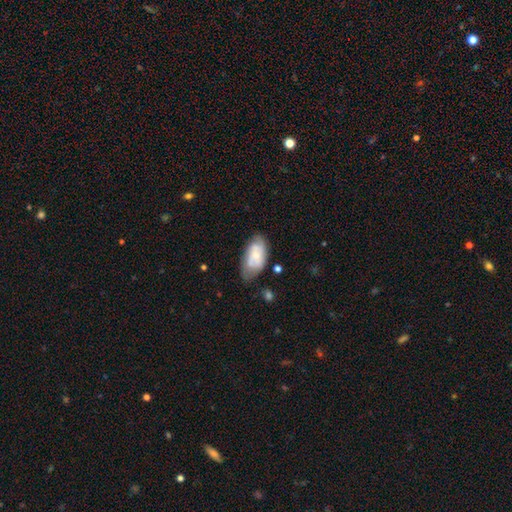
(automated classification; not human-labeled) smooth 49%, featured or disk 44%, star or artifact 7%. Down the decision tree: merging — none (59%).